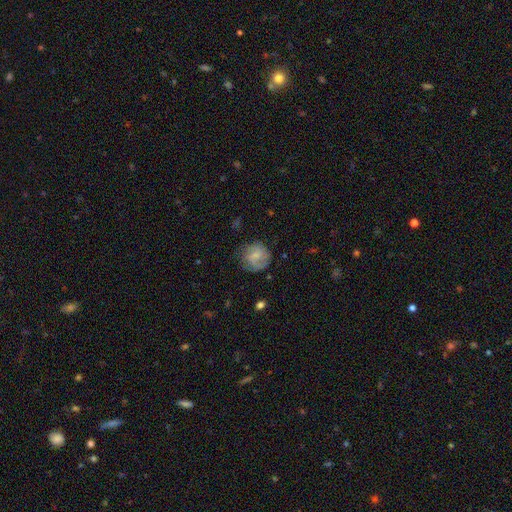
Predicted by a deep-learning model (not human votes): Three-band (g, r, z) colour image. It shows a smooth galaxy with no disk features (52%) that is round (85%). Merging: none (65%).